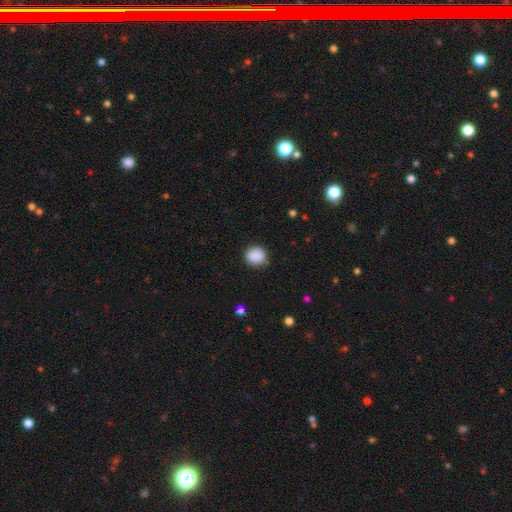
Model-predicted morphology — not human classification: The model was most divided on "how rounded": round: 89%, in between: 10%, cigar-shaped: 1%. More confident: smooth or featured — smooth (89%); merging — none (89%).